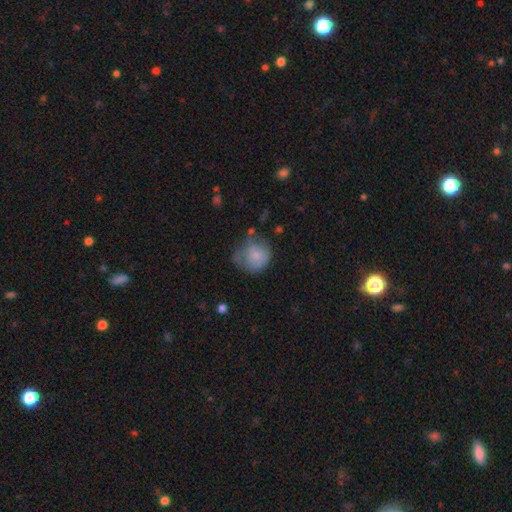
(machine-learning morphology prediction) Smooth or featured?
  - smooth: 75% *
  - featured or disk: 17%
  - star or artifact: 8%
How rounded?
  - round: 80% *
  - in between: 19%
  - cigar-shaped: 1%
Merging?
  - none: 40% *
  - minor disturbance: 33%
  - major disturbance: 22%
  - merger: 4%